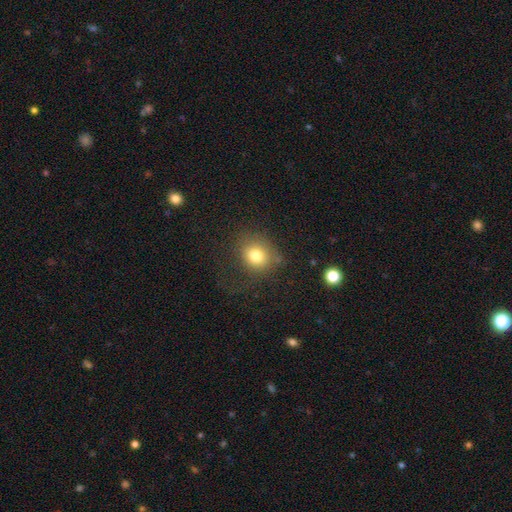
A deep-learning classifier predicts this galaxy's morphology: A smooth galaxy with no disk features (78%) that is round (67%).

Vote fractions:
- Smooth or featured? smooth: 78% / star or artifact: 12% / featured or disk: 11%
- How rounded? round: 67% / in between: 32% / cigar-shaped: 1%
- Merging? none: 61% / minor disturbance: 20% / major disturbance: 18% / merger: 2%